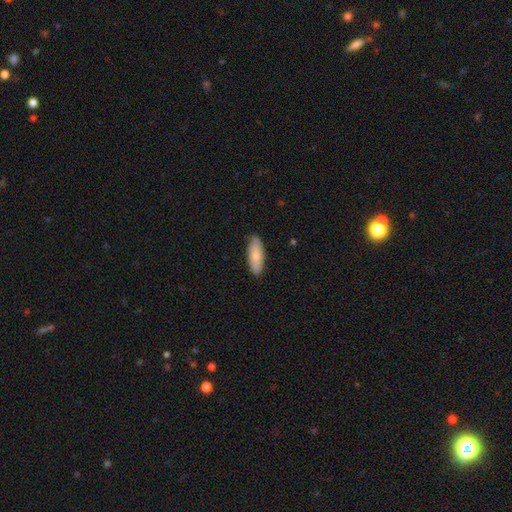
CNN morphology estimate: Smooth or featured: smooth — 84% (featured or disk — 11%)
How rounded: in between — 65% (cigar-shaped — 33%)
Merging: none — 85% (minor disturbance — 12%)